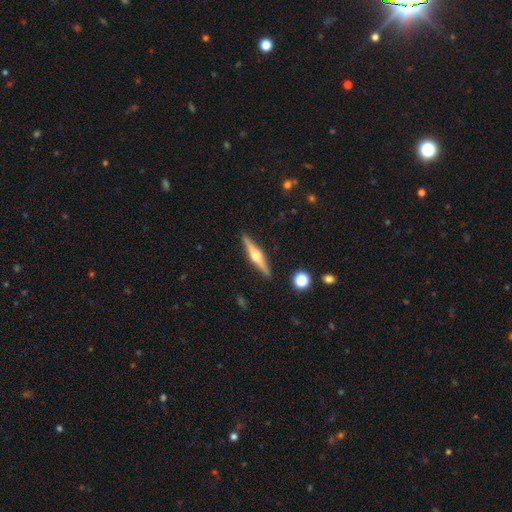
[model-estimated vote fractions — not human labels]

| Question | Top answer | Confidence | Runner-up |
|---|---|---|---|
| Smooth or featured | featured or disk | 72% | smooth (22%) |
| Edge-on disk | yes | 98% | no (2%) |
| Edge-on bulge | rounded | 94% | boxy (4%) |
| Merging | none | 90% | minor disturbance (7%) |